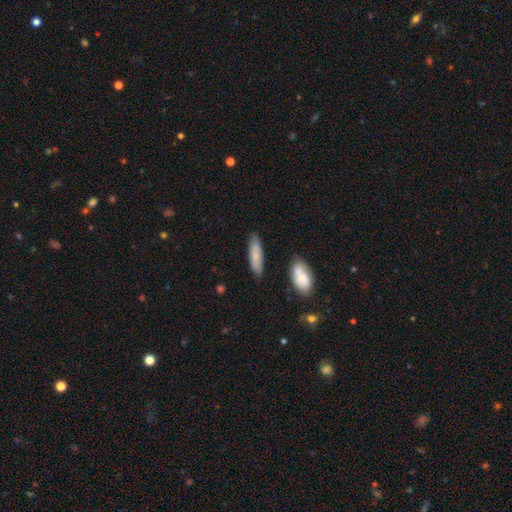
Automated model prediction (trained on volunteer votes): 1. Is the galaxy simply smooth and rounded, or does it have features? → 76% smooth, 17% featured or disk, 6% star or artifact.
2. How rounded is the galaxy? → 58% cigar-shaped, 40% in between, 2% round.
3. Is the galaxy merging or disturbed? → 82% none, 12% minor disturbance, 4% merger, 2% major disturbance.